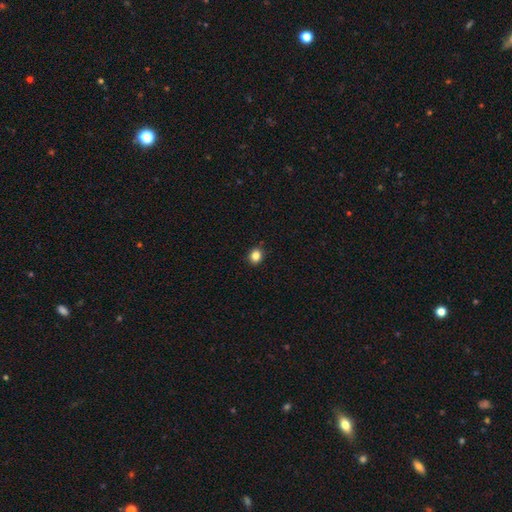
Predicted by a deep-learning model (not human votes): Smooth or featured? smooth (85%)
How rounded? round (69%)
Merging? none (90%)